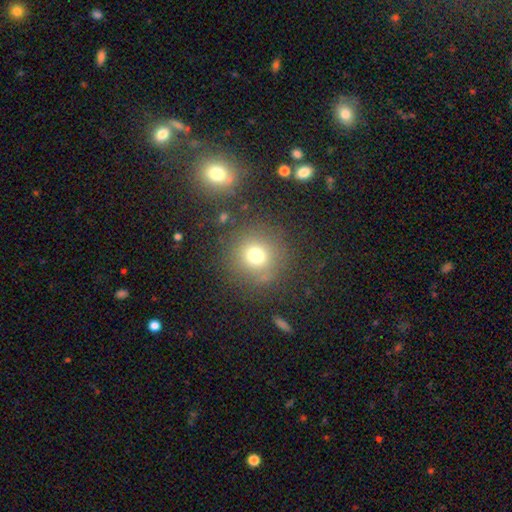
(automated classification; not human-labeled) A smooth galaxy with no disk features (72%) that is round (93%).

Vote fractions:
- Smooth or featured? smooth: 72% / star or artifact: 18% / featured or disk: 10%
- How rounded? round: 93% / in between: 6% / cigar-shaped: 1%
- Merging? none: 82% / minor disturbance: 9% / major disturbance: 5% / merger: 3%